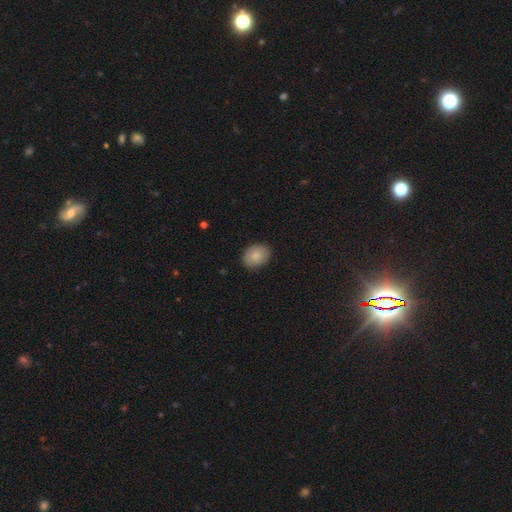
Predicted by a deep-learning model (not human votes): Q: Smooth or featured?
A: smooth (85%); runner-up: featured or disk (8%)
Q: How rounded?
A: in between (68%); runner-up: round (31%)
Q: Merging?
A: none (89%); runner-up: minor disturbance (8%)